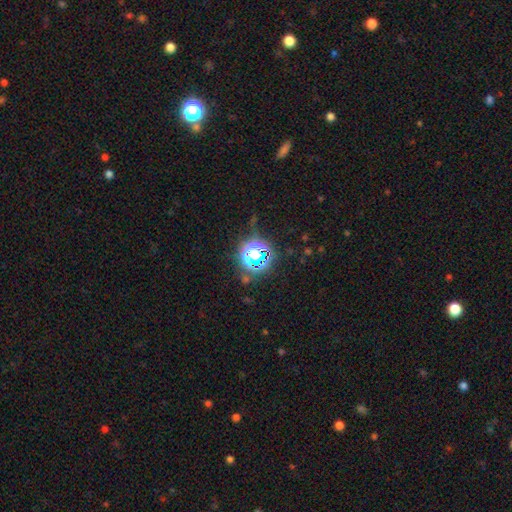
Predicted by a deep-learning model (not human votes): Q: Smooth or featured?
A: star or artifact (65%); runner-up: smooth (24%)